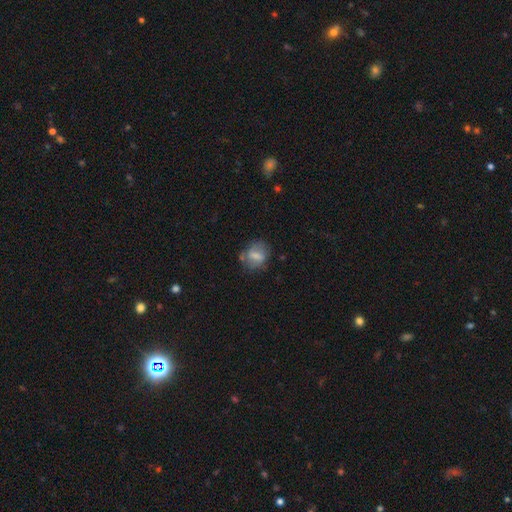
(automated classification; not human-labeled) Morphology: type=smooth (63%); roundness=in between (51%); merging=none (59%).